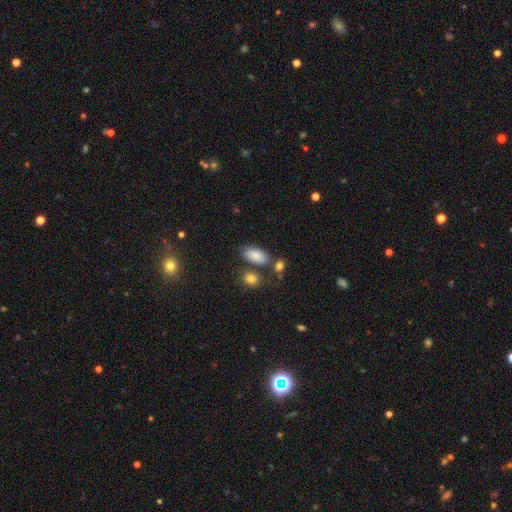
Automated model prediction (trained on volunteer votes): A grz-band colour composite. It shows a smooth galaxy with no disk features (86%) that is in between round and cigar-shaped (91%). Merging: none (66%).